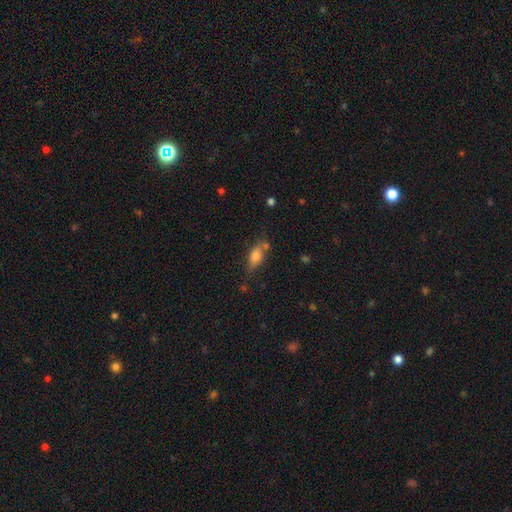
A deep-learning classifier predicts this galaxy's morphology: Smooth or featured?
  - smooth: 69% *
  - featured or disk: 21%
  - star or artifact: 10%
How rounded?
  - in between: 72% *
  - cigar-shaped: 23%
  - round: 5%
Merging?
  - none: 57% *
  - minor disturbance: 24%
  - merger: 12%
  - major disturbance: 8%